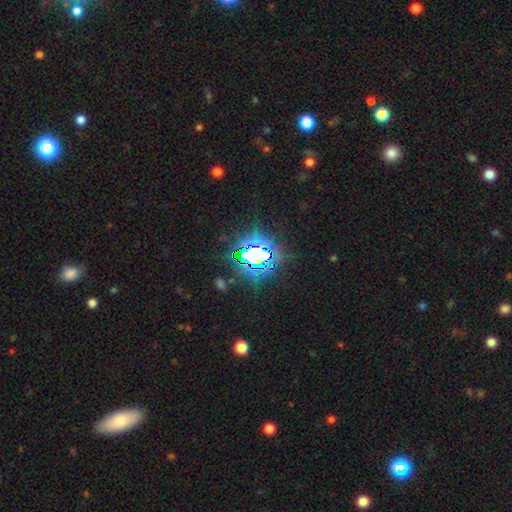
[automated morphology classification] Smooth or featured? Predicted: star or artifact (p=0.76).